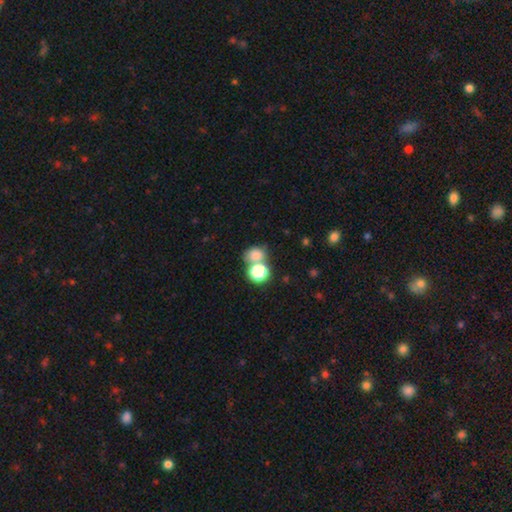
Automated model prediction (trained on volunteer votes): Q: Smooth or featured?
A: smooth (75%); runner-up: star or artifact (16%)
Q: How rounded?
A: round (62%); runner-up: in between (37%)
Q: Merging?
A: none (45%); runner-up: merger (41%)